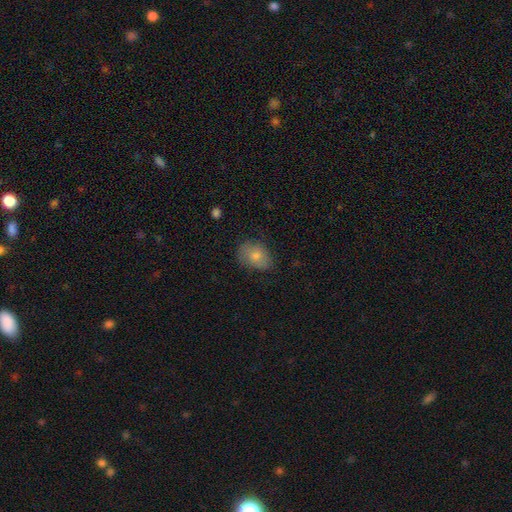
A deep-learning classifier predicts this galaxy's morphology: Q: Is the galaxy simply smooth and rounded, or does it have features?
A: smooth — 77%.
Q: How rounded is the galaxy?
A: in between — 69%.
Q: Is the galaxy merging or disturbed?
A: none — 68%.